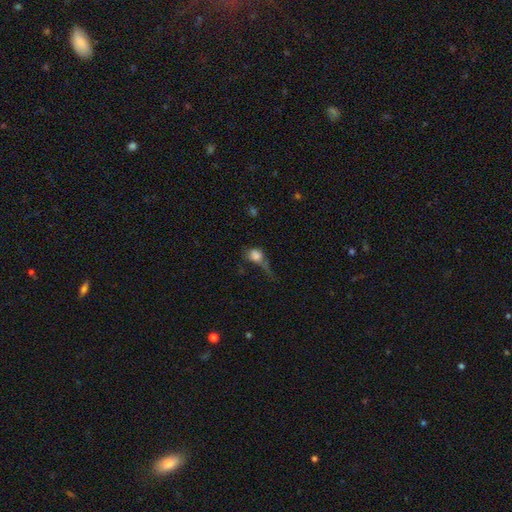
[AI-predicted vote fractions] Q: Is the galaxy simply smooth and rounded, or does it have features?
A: smooth — 72%.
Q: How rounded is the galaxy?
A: in between — 49%.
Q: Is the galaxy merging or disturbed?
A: major disturbance — 49%.